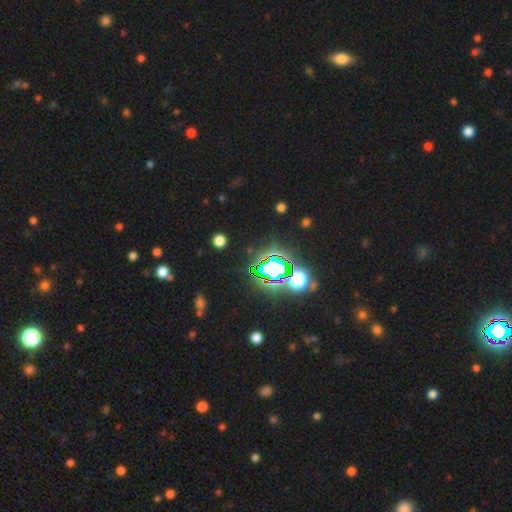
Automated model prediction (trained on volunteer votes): This appears to be a star or artifact, not a galaxy (82%).